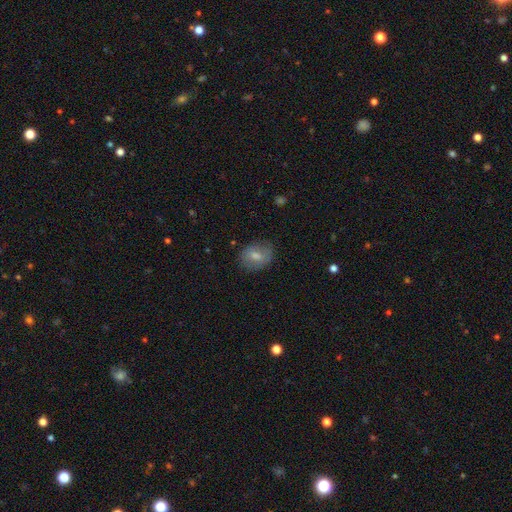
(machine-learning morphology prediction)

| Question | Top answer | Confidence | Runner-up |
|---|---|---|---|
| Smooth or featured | smooth | 62% | featured or disk (26%) |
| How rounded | in between | 55% | round (44%) |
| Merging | none | 78% | minor disturbance (16%) |